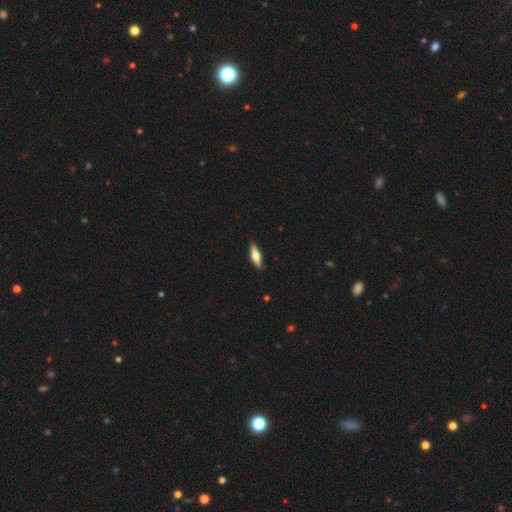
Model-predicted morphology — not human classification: Smooth or featured? Predicted: smooth (p=0.49). Merging? Predicted: none (p=0.87).